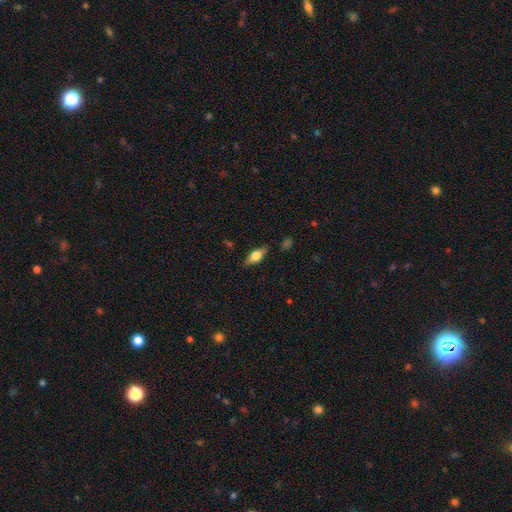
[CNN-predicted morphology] Smooth or featured?
  - smooth: 47% *
  - featured or disk: 45%
  - star or artifact: 8%
Merging?
  - none: 83% *
  - minor disturbance: 12%
  - major disturbance: 3%
  - merger: 1%